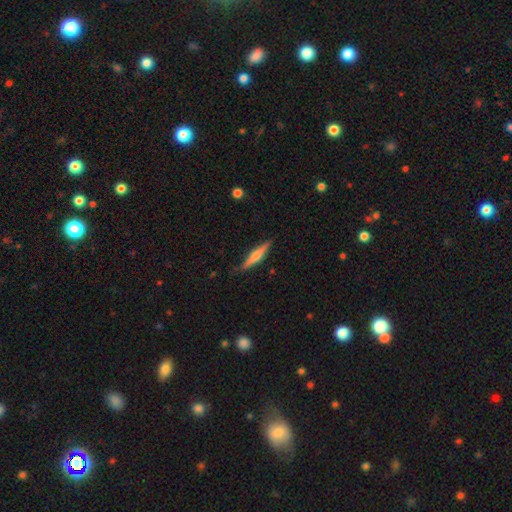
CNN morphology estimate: This is possibly a featured or disk galaxy (60%). It is clearly viewed edge-on (97%). Edge-on bulge: clearly rounded (81%). Merging: clearly none (87%).